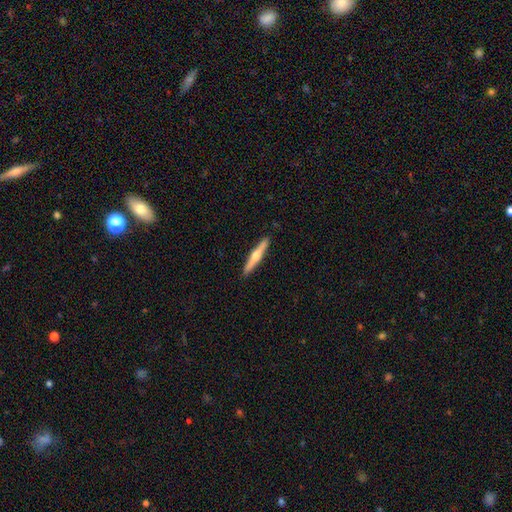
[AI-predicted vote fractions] Q: Smooth or featured?
A: featured or disk (62%); runner-up: smooth (33%)
Q: Edge-on disk?
A: yes (97%); runner-up: no (3%)
Q: Edge-on bulge?
A: rounded (91%); runner-up: none (5%)
Q: Merging?
A: none (91%); runner-up: minor disturbance (6%)